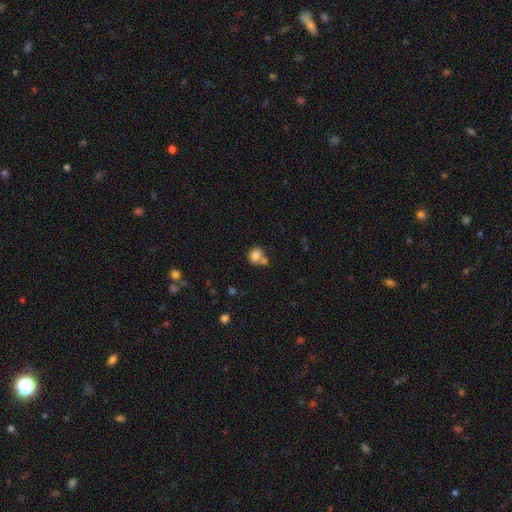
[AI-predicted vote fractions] This appears to be a smooth galaxy with no disk features (81%) that is round (80%). Merging: none (51%).